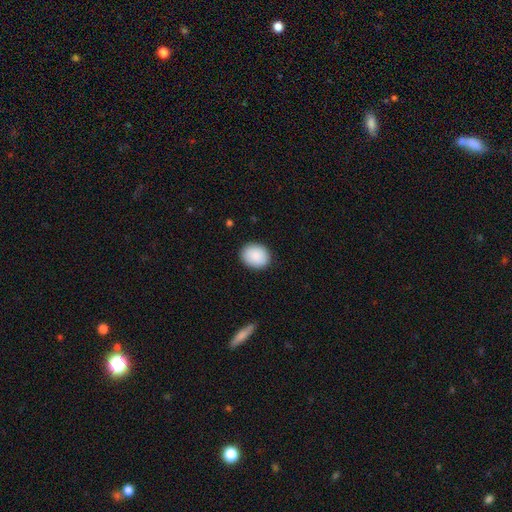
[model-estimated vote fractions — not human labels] smooth_or_featured: smooth (p=0.89) [alt: star or artifact p=0.06]
how_rounded: round (p=0.51) [alt: in between p=0.48]
merging: none (p=0.89) [alt: minor disturbance p=0.08]